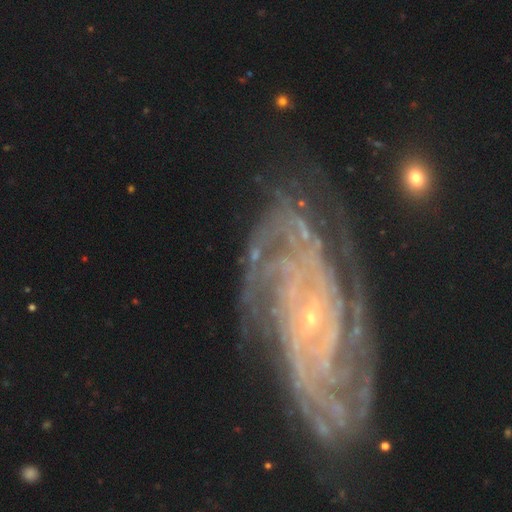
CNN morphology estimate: featured or disk 85%, star or artifact 9%, smooth 6%. Down the decision tree: edge-on disk — no (96%); bar — no (51%); spiral arms — yes (96%); spiral arm count — can't tell (27%); spiral winding — tight (70%); bulge size — small (85%); merging — none (70%).